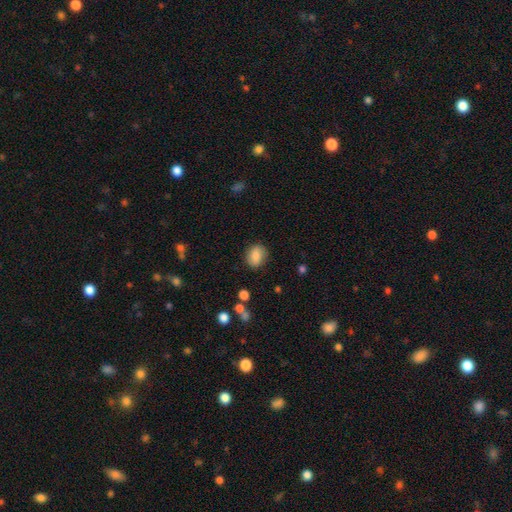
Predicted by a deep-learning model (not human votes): A smooth galaxy with no disk features (84%) that is in between round and cigar-shaped (50%).

Vote fractions:
- Smooth or featured? smooth: 84% / star or artifact: 9% / featured or disk: 7%
- How rounded? in between: 50% / round: 49% / cigar-shaped: 1%
- Merging? none: 83% / minor disturbance: 12% / major disturbance: 3% / merger: 2%